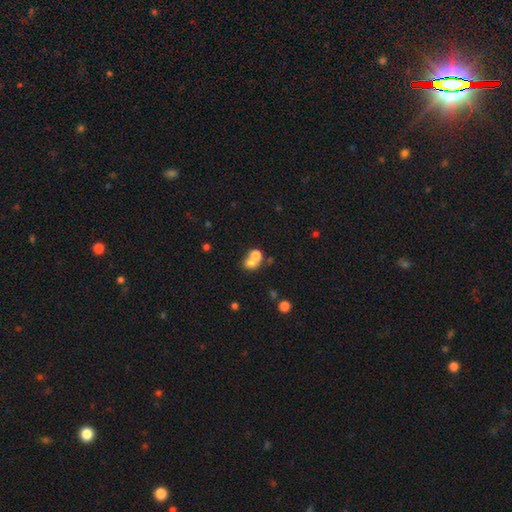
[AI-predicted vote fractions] Overall: smooth (70%). How rounded: round (68%; in between 31%). Merging: merger (63%; none 27%).